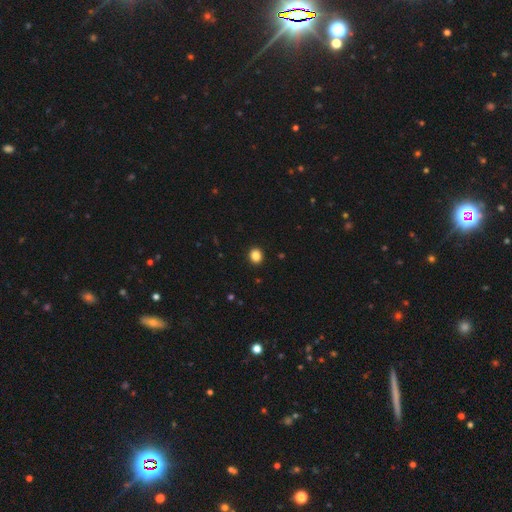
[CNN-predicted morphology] Smooth or featured? smooth (86%)
How rounded? round (79%)
Merging? none (93%)